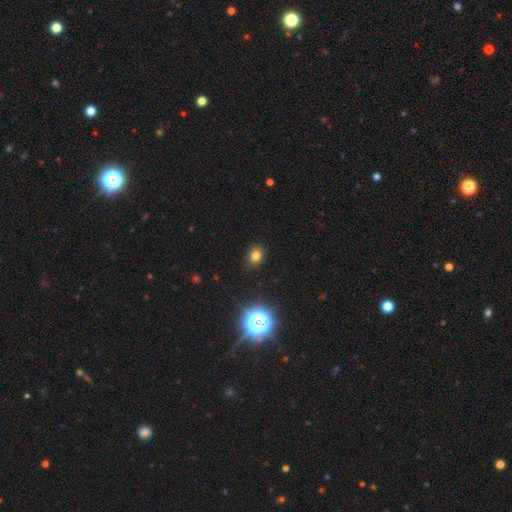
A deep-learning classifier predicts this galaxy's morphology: The model was most divided on "how rounded": in between: 54%, round: 45%, cigar-shaped: 1%. More confident: merging — none (86%); smooth or featured — smooth (77%).